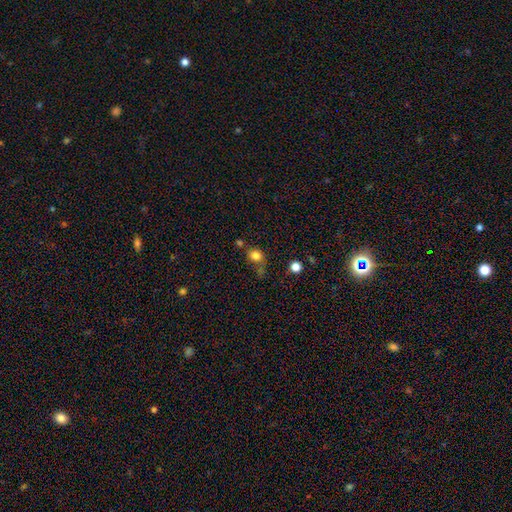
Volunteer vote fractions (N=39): Morphology: type=smooth (79%); roundness=round (81%); merging=none (51%).